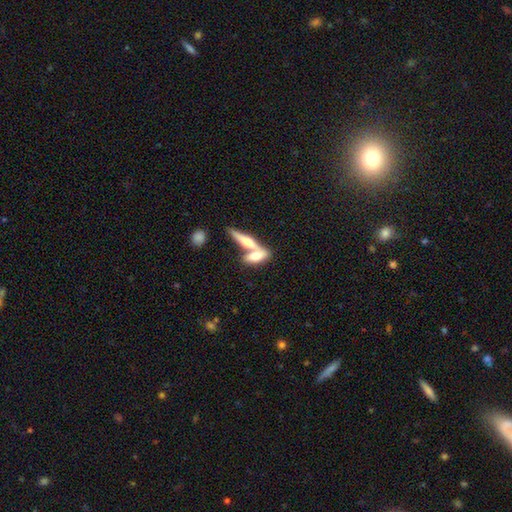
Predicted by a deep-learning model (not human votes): A smooth galaxy with no disk features (58%) that is in between round and cigar-shaped (56%). Merging: merger (54%).